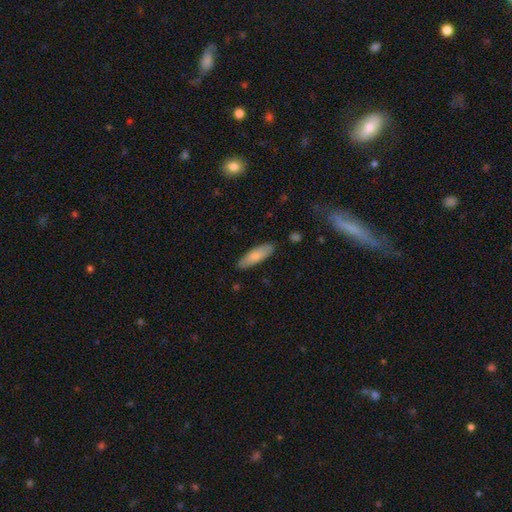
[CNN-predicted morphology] smooth_or_featured: smooth (p=0.77) [alt: featured or disk p=0.17]
how_rounded: cigar-shaped (p=0.54) [alt: in between p=0.44]
merging: none (p=0.86) [alt: minor disturbance p=0.11]